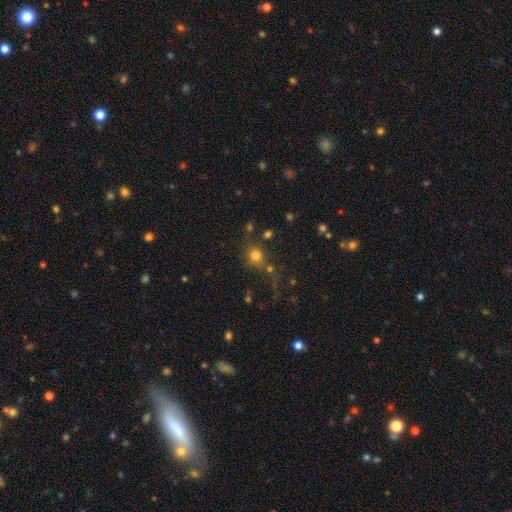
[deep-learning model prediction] The model was most divided on "merging": none: 53%, merger: 18%, major disturbance: 15%, minor disturbance: 13%. More confident: how rounded — round (76%); smooth or featured — smooth (75%).